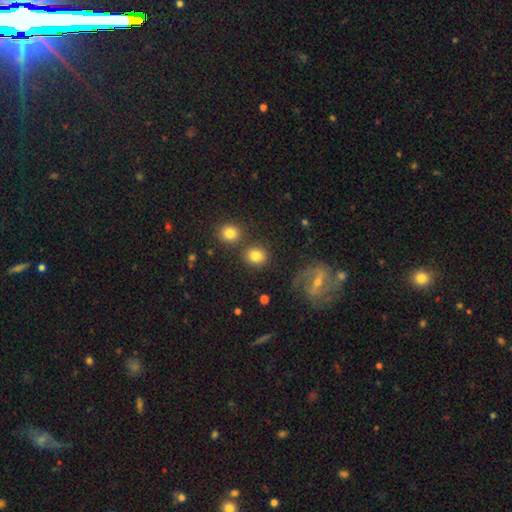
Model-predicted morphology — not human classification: Q: Smooth or featured?
A: smooth (81%); runner-up: featured or disk (10%)
Q: How rounded?
A: round (78%); runner-up: in between (21%)
Q: Merging?
A: none (78%); runner-up: merger (9%)